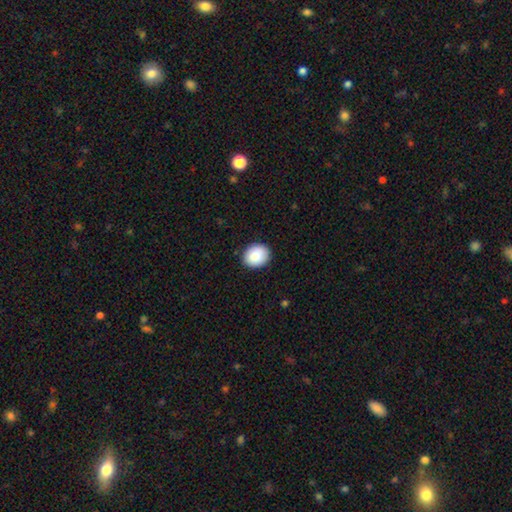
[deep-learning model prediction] Smooth or featured: smooth — 88% (star or artifact — 7%)
How rounded: round — 60% (in between — 39%)
Merging: none — 88% (minor disturbance — 9%)